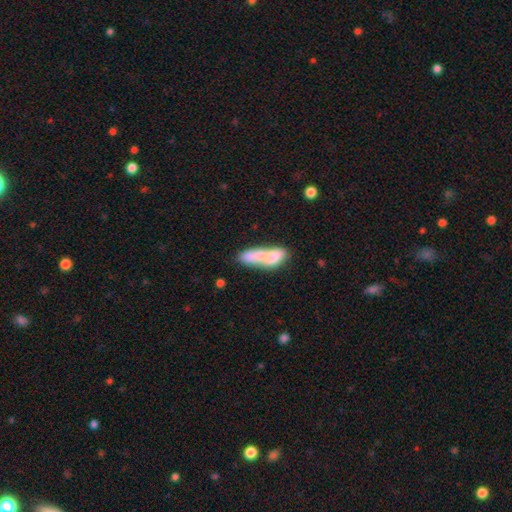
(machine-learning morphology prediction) Q: Smooth or featured?
A: smooth (70%); runner-up: featured or disk (23%)
Q: How rounded?
A: in between (68%); runner-up: cigar-shaped (26%)
Q: Merging?
A: merger (70%); runner-up: none (17%)